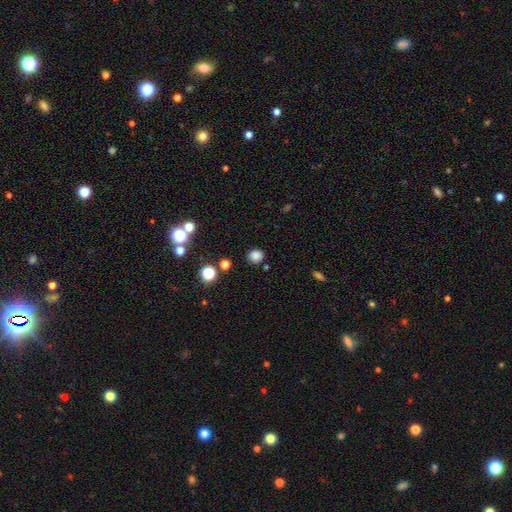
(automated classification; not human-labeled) Smooth or featured? smooth (81%)
How rounded? round (76%)
Merging? none (83%)